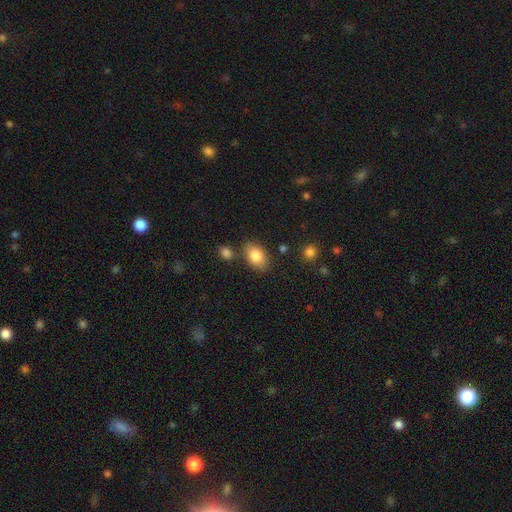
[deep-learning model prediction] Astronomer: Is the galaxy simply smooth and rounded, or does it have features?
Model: smooth — 83%.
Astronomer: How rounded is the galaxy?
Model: in between — 87%.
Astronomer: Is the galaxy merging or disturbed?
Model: none — 78%.